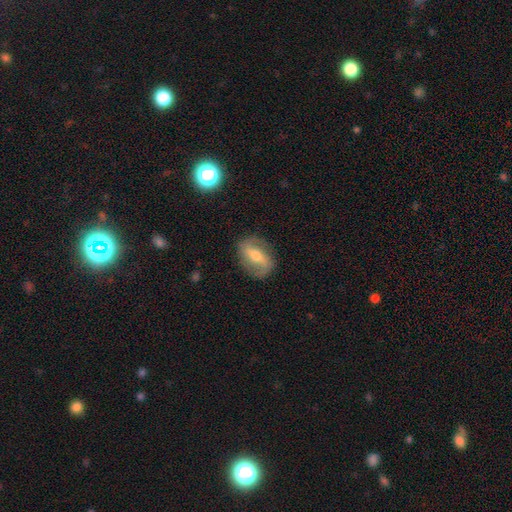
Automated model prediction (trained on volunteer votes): Smooth or featured? Predicted: featured or disk (p=0.69). Edge-on disk? Predicted: no (p=0.92). Bar? Predicted: strong (p=0.46). Spiral arms? Predicted: yes (p=0.80). Spiral winding? Predicted: loose (p=0.47). Spiral arm count? Predicted: 2 (p=0.87). Bulge size? Predicted: moderate (p=0.59). Merging? Predicted: none (p=0.82).